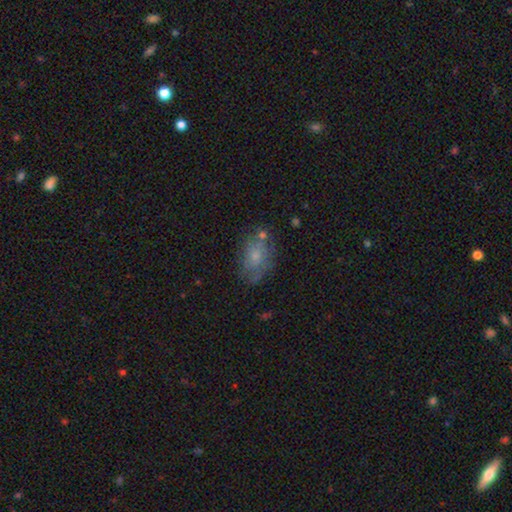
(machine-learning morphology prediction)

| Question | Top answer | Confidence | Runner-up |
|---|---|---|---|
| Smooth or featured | smooth | 59% | featured or disk (30%) |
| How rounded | in between | 81% | round (17%) |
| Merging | none | 55% | minor disturbance (26%) |